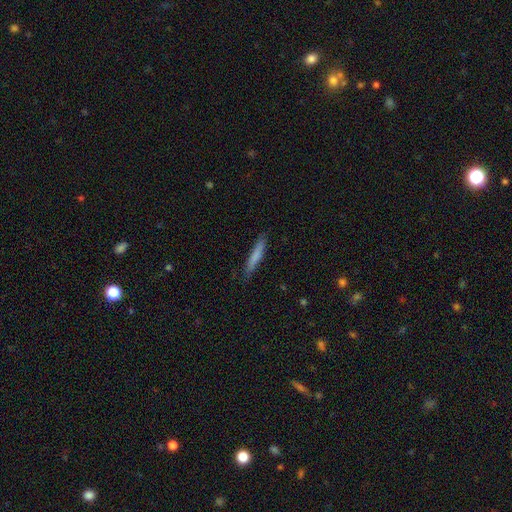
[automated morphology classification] A smooth galaxy with no disk features (75%) that is cigar-shaped (93%). Merging: none (86%).